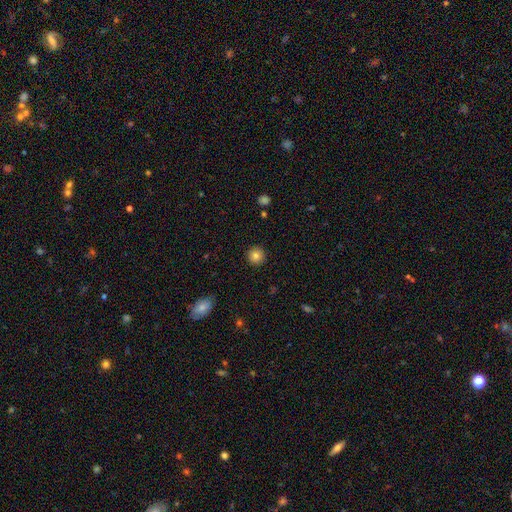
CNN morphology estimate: smooth_or_featured: smooth (p=0.81) [alt: star or artifact p=0.11]
how_rounded: round (p=0.95) [alt: in between p=0.04]
merging: none (p=0.91) [alt: minor disturbance p=0.06]